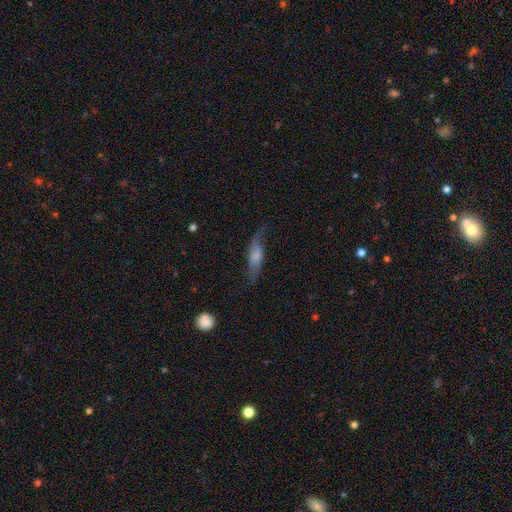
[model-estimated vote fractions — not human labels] A featured or disk galaxy (54%). Merging: none (58%).